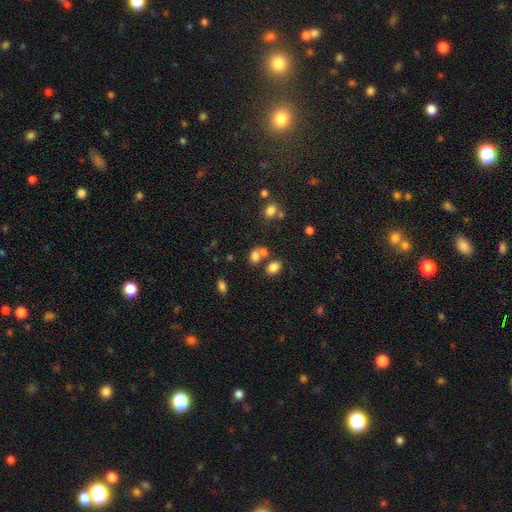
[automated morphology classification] The model was most divided on "merging": none: 42%, merger: 41%, minor disturbance: 11%, major disturbance: 6%. More confident: smooth or featured — smooth (75%); how rounded — in between (55%).